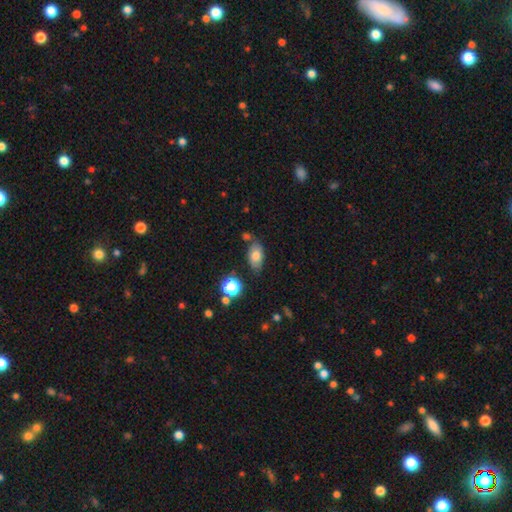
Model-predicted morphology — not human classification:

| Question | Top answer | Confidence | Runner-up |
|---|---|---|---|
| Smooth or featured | smooth | 75% | featured or disk (15%) |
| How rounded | in between | 89% | round (9%) |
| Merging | none | 69% | minor disturbance (18%) |